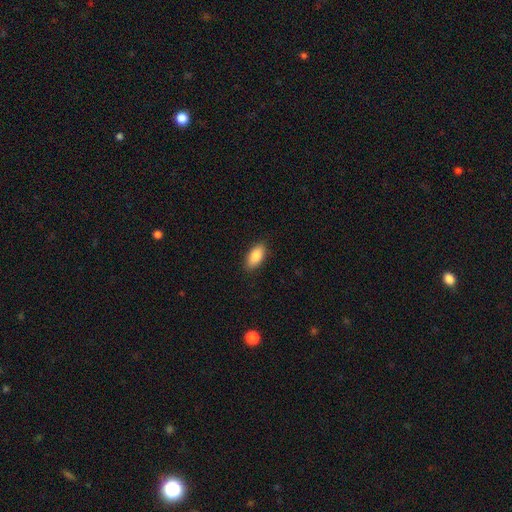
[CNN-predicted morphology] A smooth galaxy with no disk features (88%) that is in between round and cigar-shaped (92%).

Vote fractions:
- Smooth or featured? smooth: 88% / star or artifact: 7% / featured or disk: 6%
- How rounded? in between: 92% / cigar-shaped: 5% / round: 3%
- Merging? none: 88% / minor disturbance: 9% / major disturbance: 2% / merger: 1%